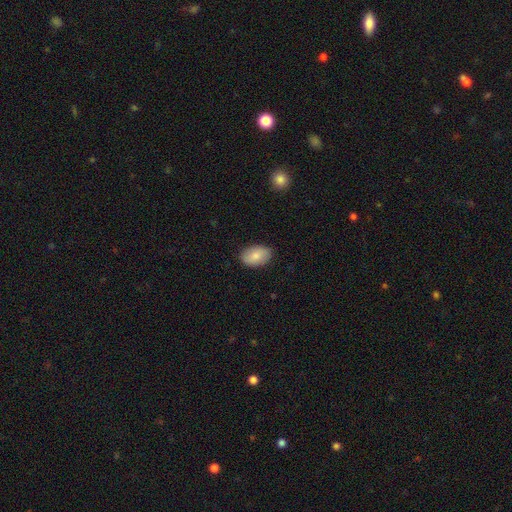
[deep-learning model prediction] This is clearly a smooth galaxy (82%). How rounded: clearly in between (89%). Merging: clearly none (87%).